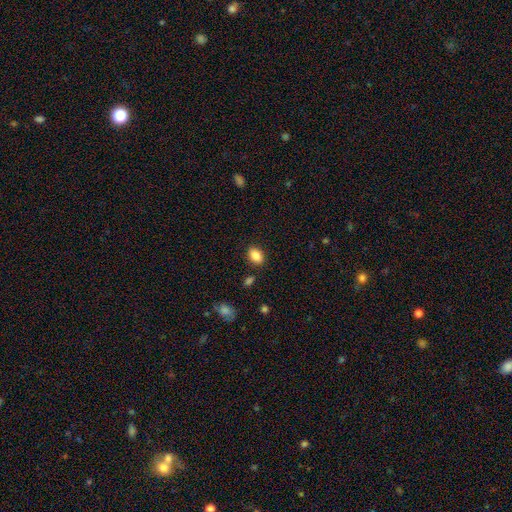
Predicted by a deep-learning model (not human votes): Smooth or featured: smooth — 87% (star or artifact — 8%)
How rounded: in between — 84% (round — 15%)
Merging: none — 85% (minor disturbance — 9%)